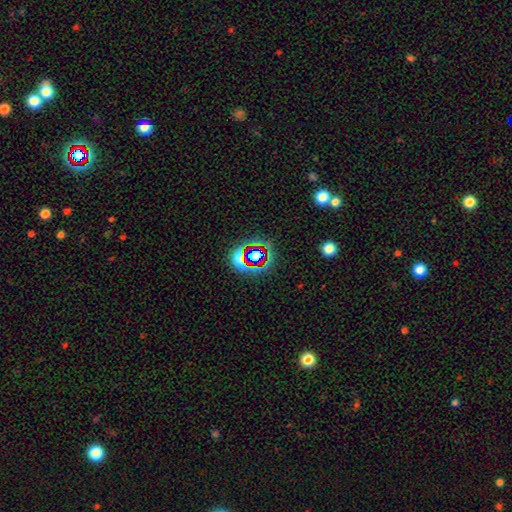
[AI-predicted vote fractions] A star or artifact, not a galaxy (58%).